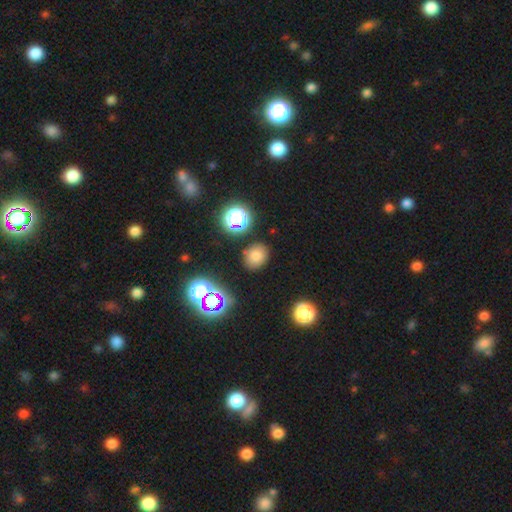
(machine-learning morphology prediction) Smooth or featured? smooth (72%)
How rounded? round (63%)
Merging? none (84%)